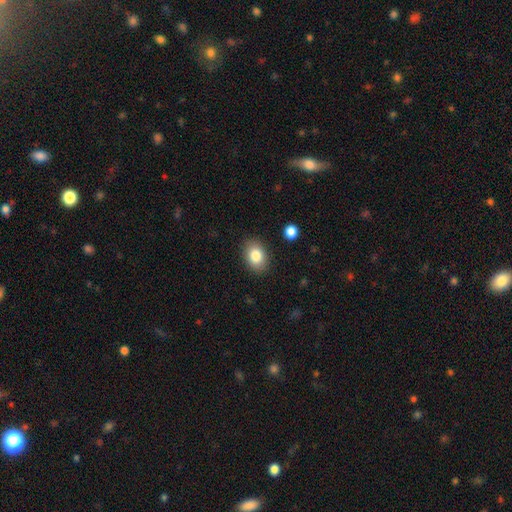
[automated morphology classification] Q: Smooth or featured?
A: smooth (83%); runner-up: featured or disk (9%)
Q: How rounded?
A: in between (77%); runner-up: round (22%)
Q: Merging?
A: none (87%); runner-up: minor disturbance (9%)